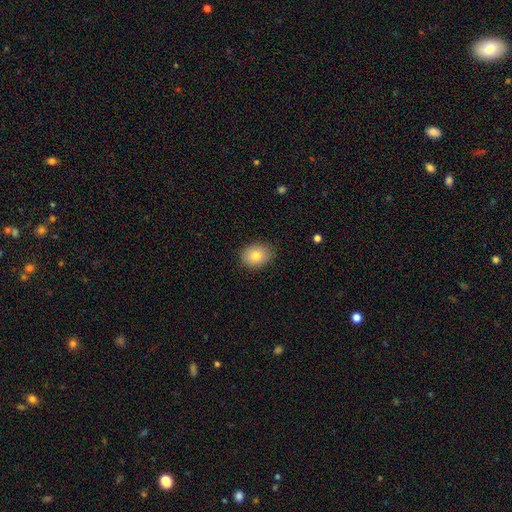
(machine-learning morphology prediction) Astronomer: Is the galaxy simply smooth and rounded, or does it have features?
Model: smooth — 80%.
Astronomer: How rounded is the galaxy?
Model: in between — 50% (runner-up: round, 49%).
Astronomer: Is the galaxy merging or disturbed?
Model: none — 87%.